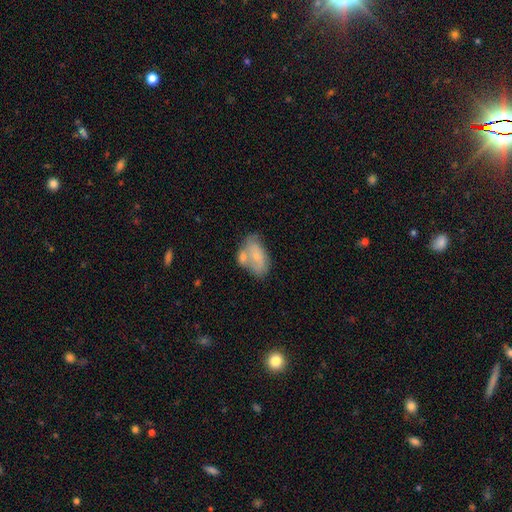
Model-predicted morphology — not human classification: This appears to be a smooth galaxy with no disk features (62%) that is in between round and cigar-shaped (90%). Merging: merger (41%).